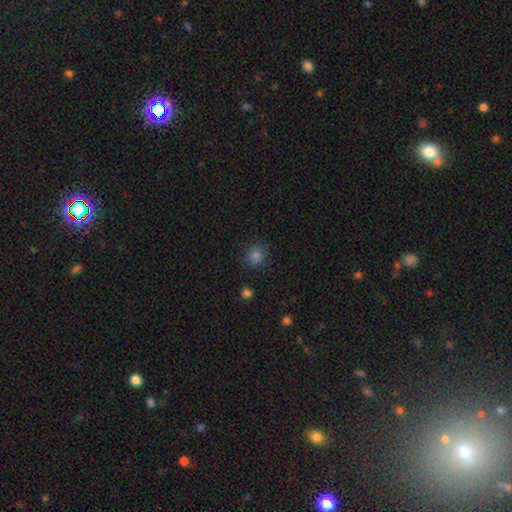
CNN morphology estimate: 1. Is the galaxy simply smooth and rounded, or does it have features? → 81% smooth, 15% star or artifact, 4% featured or disk.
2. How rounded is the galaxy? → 86% round, 13% in between, 1% cigar-shaped.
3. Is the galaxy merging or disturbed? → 87% none, 8% minor disturbance, 2% major disturbance, 2% merger.